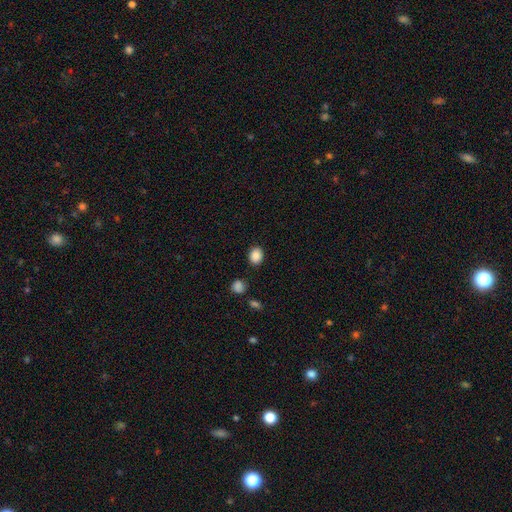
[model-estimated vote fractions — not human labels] smooth-or-featured: smooth: 87% | star or artifact: 9% | featured or disk: 4%
  how-rounded: round: 52% | in between: 47% | cigar-shaped: 1%
  merging: none: 85% | minor disturbance: 10% | merger: 3% | major disturbance: 3%